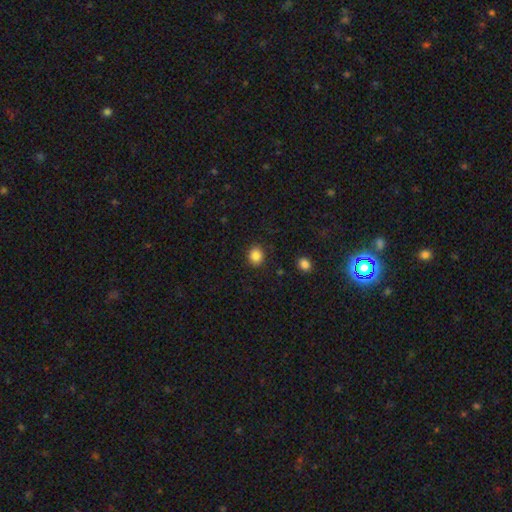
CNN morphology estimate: Smooth or featured? smooth (86%)
How rounded? round (70%)
Merging? none (89%)